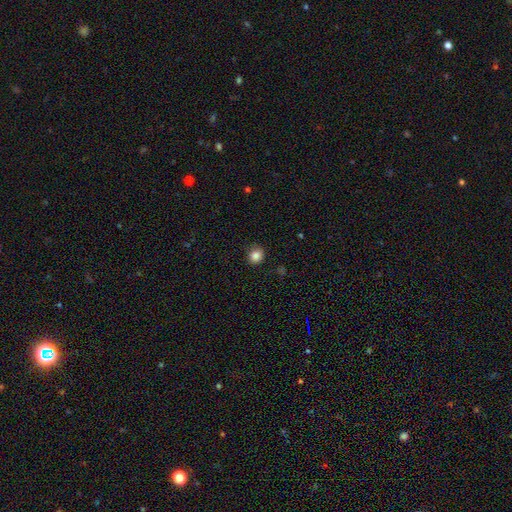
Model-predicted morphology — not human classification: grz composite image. It shows a smooth galaxy with no disk features (85%) that is round (82%). Merging: none (85%).